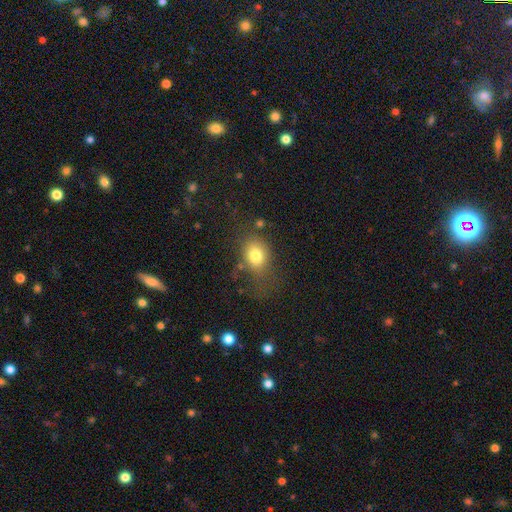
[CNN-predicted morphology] smooth 78%, featured or disk 11%, star or artifact 11%. Down the decision tree: how rounded — in between (61%); merging — none (56%).